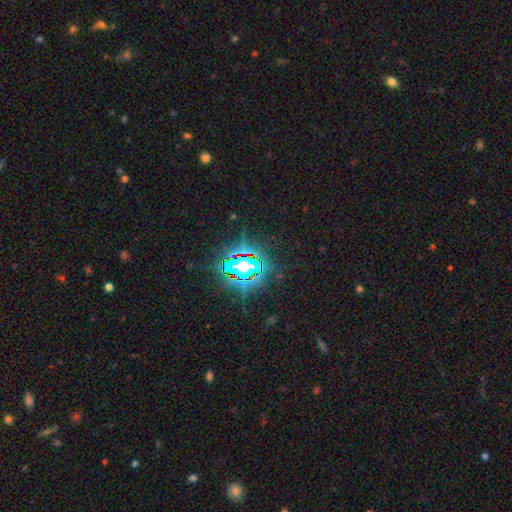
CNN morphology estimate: This is likely a star or artifact rather than a galaxy (80%).